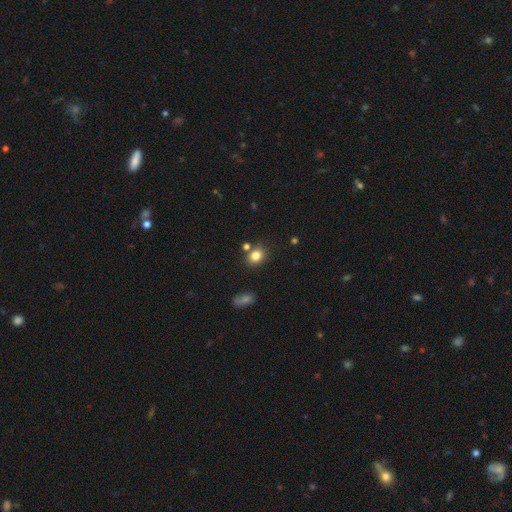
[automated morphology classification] Smooth or featured? Predicted: smooth (p=0.82). How rounded? Predicted: round (p=0.56). Merging? Predicted: none (p=0.73).